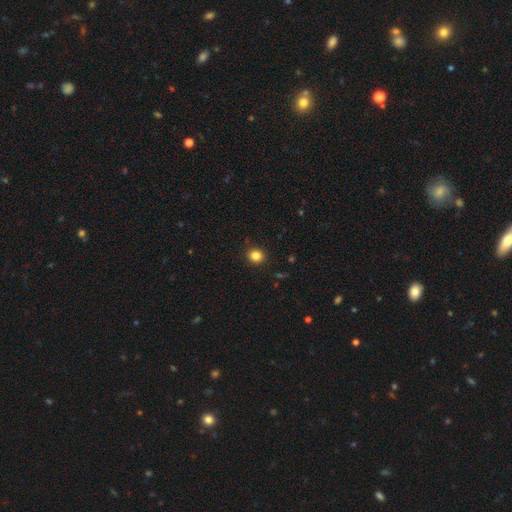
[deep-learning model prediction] Smooth or featured?
  - smooth: 84% *
  - star or artifact: 11%
  - featured or disk: 5%
How rounded?
  - round: 83% *
  - in between: 16%
  - cigar-shaped: 1%
Merging?
  - none: 91% *
  - minor disturbance: 6%
  - major disturbance: 2%
  - merger: 1%